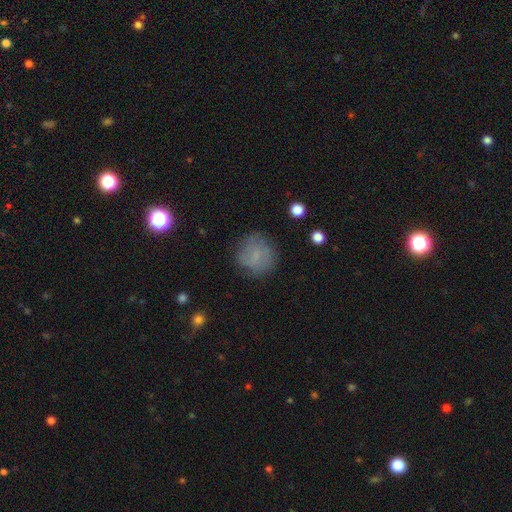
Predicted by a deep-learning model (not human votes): This is likely a smooth galaxy (68%). How rounded: clearly round (87%). Merging: likely none (73%).